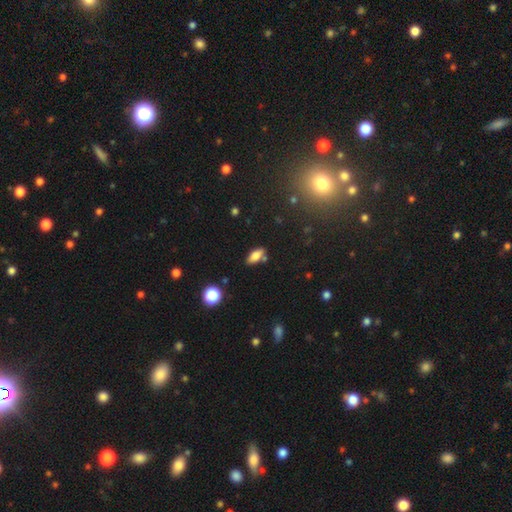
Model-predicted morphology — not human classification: Smooth or featured: smooth — 73% (featured or disk — 17%)
How rounded: in between — 79% (cigar-shaped — 17%)
Merging: none — 74% (minor disturbance — 14%)